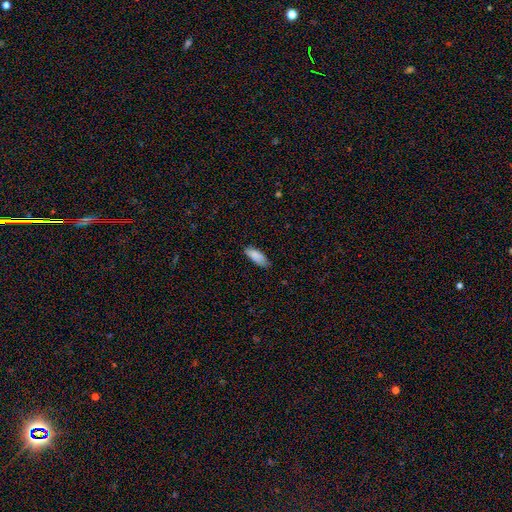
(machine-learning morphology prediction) type=smooth (87%); roundness=in between (76%); merging=none (76%).